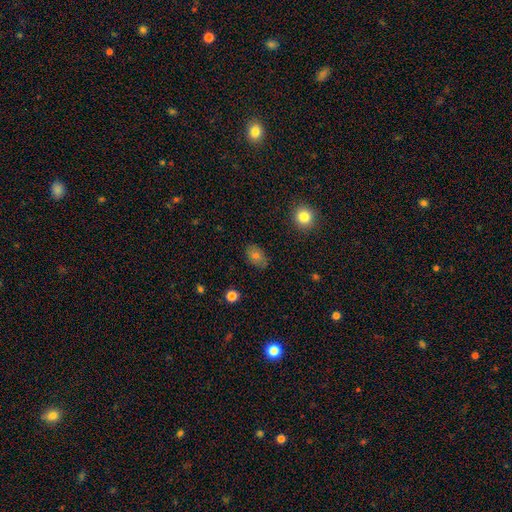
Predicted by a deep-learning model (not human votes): This appears to be a smooth galaxy with no disk features (74%) that is in between round and cigar-shaped (81%). Merging: none (82%).